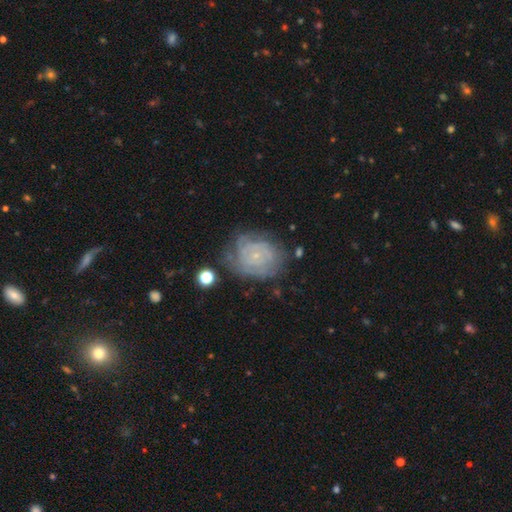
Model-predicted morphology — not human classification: featured or disk 77%, smooth 15%, star or artifact 8%. Down the decision tree: edge-on disk — no (97%); bar — no (78%); spiral arms — yes (91%); spiral arm count — can't tell (43%); spiral winding — tight (74%); bulge size — small (84%); merging — none (66%).